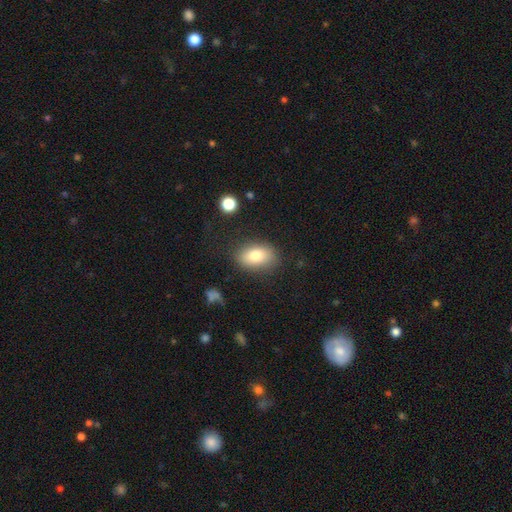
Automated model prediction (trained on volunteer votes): This is likely a smooth galaxy (78%). How rounded: clearly in between (84%). Merging: clearly none (83%).